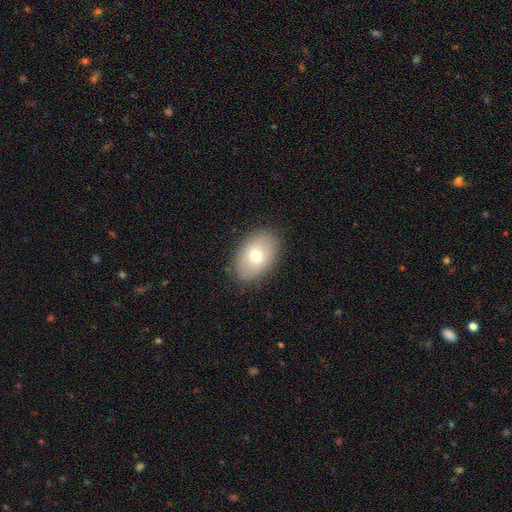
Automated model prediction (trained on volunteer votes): Q: Smooth or featured?
A: smooth (71%); runner-up: featured or disk (21%)
Q: How rounded?
A: in between (84%); runner-up: round (15%)
Q: Merging?
A: none (88%); runner-up: minor disturbance (9%)